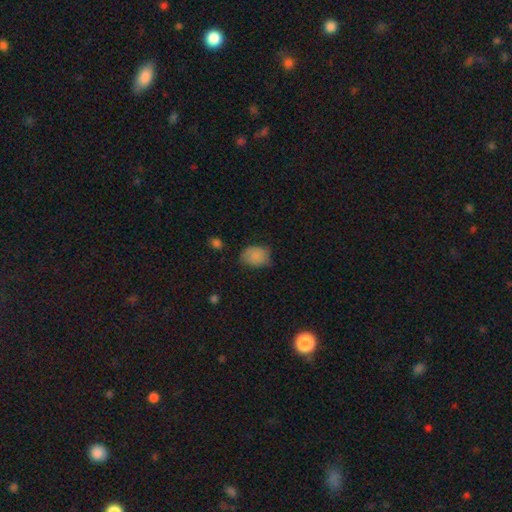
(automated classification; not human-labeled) Smooth or featured? Predicted: smooth (p=0.85). How rounded? Predicted: in between (p=0.69). Merging? Predicted: none (p=0.66).